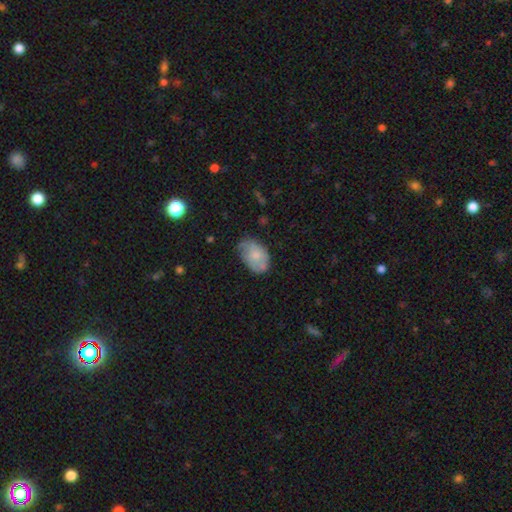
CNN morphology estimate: Q: Smooth or featured?
A: smooth (66%); runner-up: featured or disk (27%)
Q: How rounded?
A: in between (88%); runner-up: round (11%)
Q: Merging?
A: none (54%); runner-up: minor disturbance (34%)